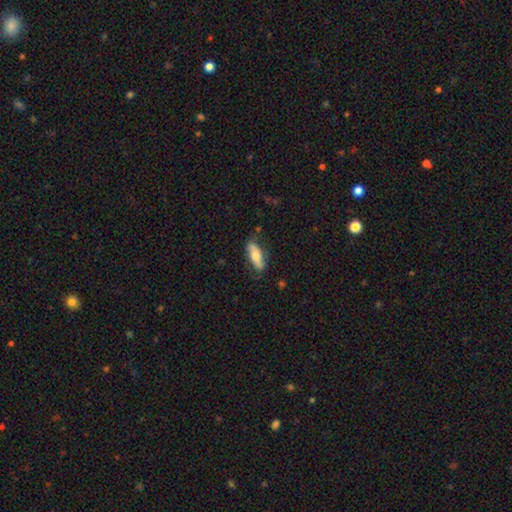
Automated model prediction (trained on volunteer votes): A smooth galaxy with no disk features (58%) that is in between round and cigar-shaped (66%). Merging: none (75%).